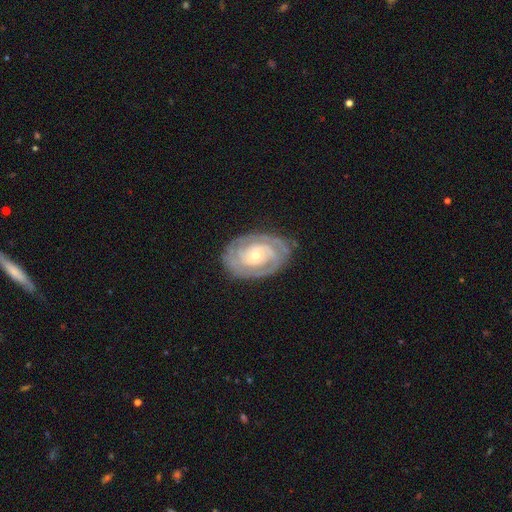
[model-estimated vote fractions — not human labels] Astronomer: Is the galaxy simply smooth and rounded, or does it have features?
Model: featured or disk — 85%.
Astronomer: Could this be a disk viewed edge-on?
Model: no — 97%.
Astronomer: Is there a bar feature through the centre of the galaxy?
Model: no — 75%.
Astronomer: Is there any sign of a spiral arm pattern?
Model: yes — 93%.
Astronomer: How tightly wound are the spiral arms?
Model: tight — 76%.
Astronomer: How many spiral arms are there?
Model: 2 — 43% (runner-up: can't tell, 27%).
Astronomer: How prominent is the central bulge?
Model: small — 66%.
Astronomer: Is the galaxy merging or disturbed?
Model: none — 79%.